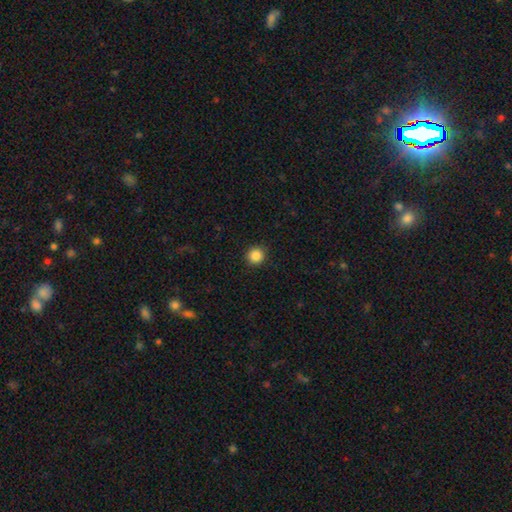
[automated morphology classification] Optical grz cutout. It shows a smooth galaxy with no disk features (86%) that is round (94%). Merging: none (93%).